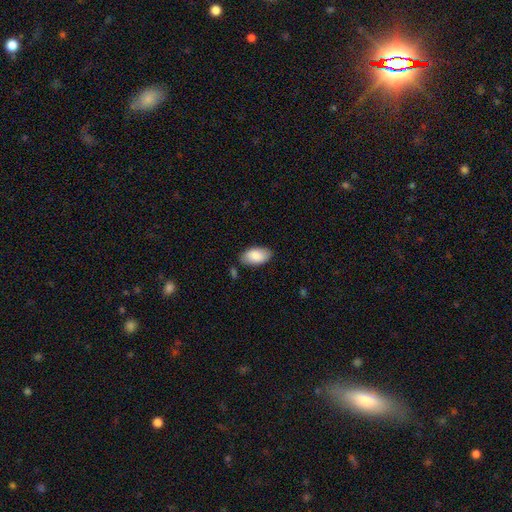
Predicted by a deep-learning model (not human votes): A smooth galaxy with no disk features (87%) that is in between round and cigar-shaped (95%).

Vote fractions:
- Smooth or featured? smooth: 87% / featured or disk: 7% / star or artifact: 6%
- How rounded? in between: 95% / round: 3% / cigar-shaped: 2%
- Merging? none: 81% / minor disturbance: 13% / major disturbance: 3% / merger: 3%